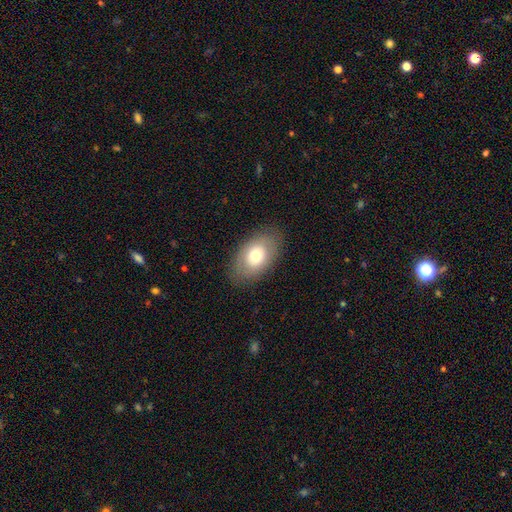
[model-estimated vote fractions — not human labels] smooth 68%, featured or disk 24%, star or artifact 8%. Down the decision tree: how rounded — in between (88%); merging — none (83%).